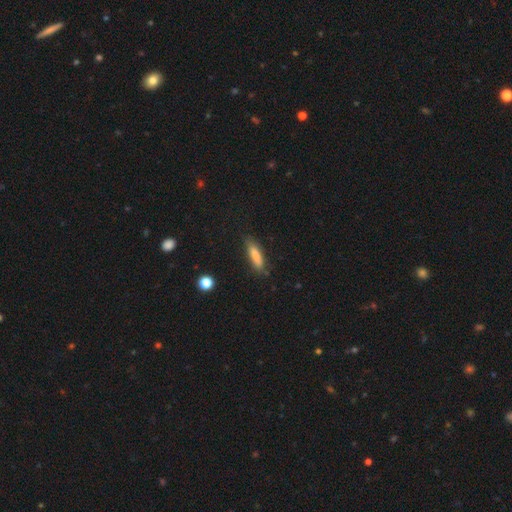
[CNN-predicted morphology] Q: Smooth or featured?
A: smooth (82%); runner-up: featured or disk (11%)
Q: How rounded?
A: cigar-shaped (66%); runner-up: in between (32%)
Q: Merging?
A: none (76%); runner-up: minor disturbance (18%)